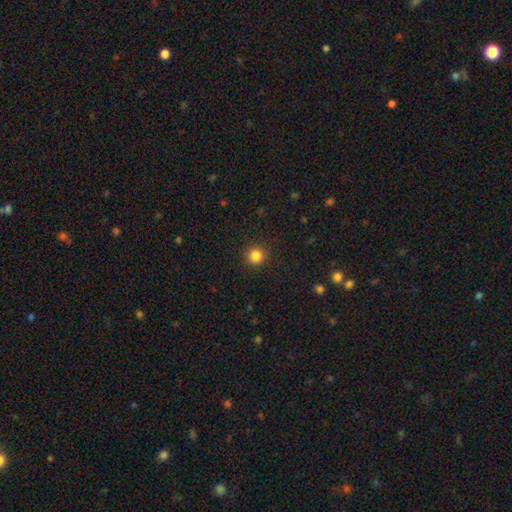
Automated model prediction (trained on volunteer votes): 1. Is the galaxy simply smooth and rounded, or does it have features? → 84% smooth, 12% star or artifact, 4% featured or disk.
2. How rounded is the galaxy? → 93% round, 6% in between, 1% cigar-shaped.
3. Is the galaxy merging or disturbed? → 91% none, 6% minor disturbance, 2% major disturbance, 1% merger.